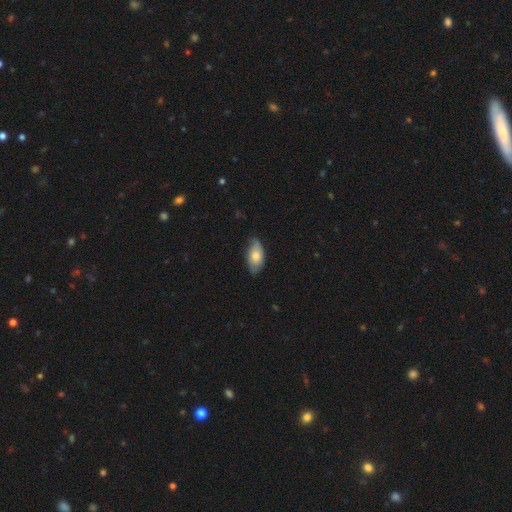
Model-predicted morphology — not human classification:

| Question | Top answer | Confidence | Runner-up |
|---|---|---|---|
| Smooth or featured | smooth | 69% | featured or disk (25%) |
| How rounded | in between | 92% | cigar-shaped (4%) |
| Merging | none | 71% | minor disturbance (25%) |